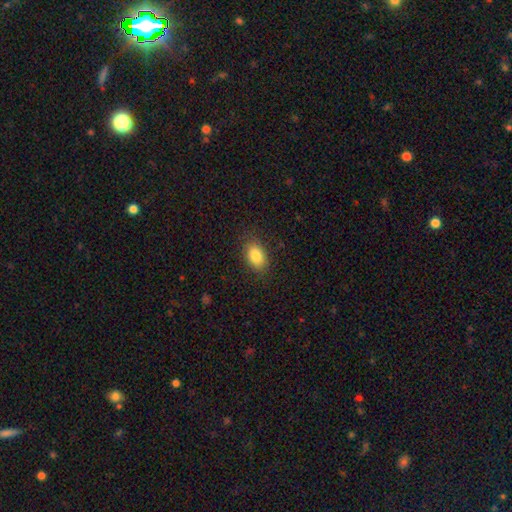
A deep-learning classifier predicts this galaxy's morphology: smooth-or-featured: smooth: 85% | star or artifact: 8% | featured or disk: 7%
  how-rounded: in between: 88% | round: 10% | cigar-shaped: 2%
  merging: none: 85% | minor disturbance: 11% | major disturbance: 3% | merger: 1%